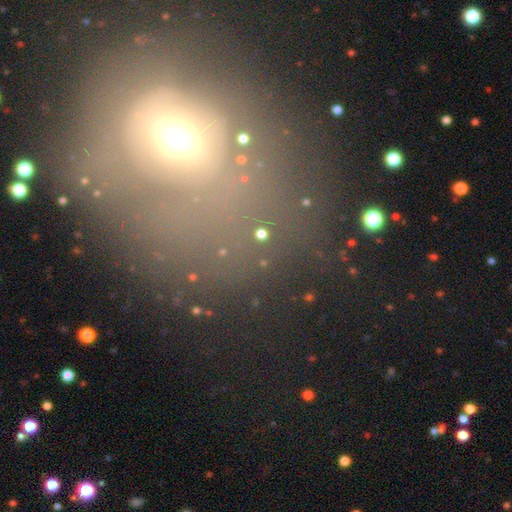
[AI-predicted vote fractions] This appears to be a smooth galaxy with no disk features (40%). Merging: none (63%).